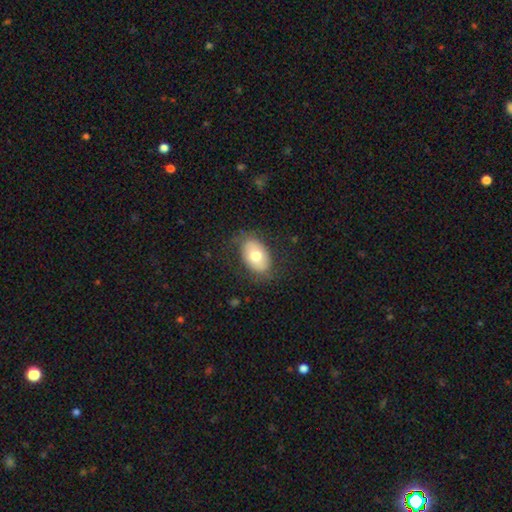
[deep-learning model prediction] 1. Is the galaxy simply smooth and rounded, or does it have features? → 71% smooth, 22% featured or disk, 7% star or artifact.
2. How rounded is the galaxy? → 88% in between, 11% round, 1% cigar-shaped.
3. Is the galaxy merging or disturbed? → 77% none, 16% minor disturbance, 6% major disturbance, 1% merger.